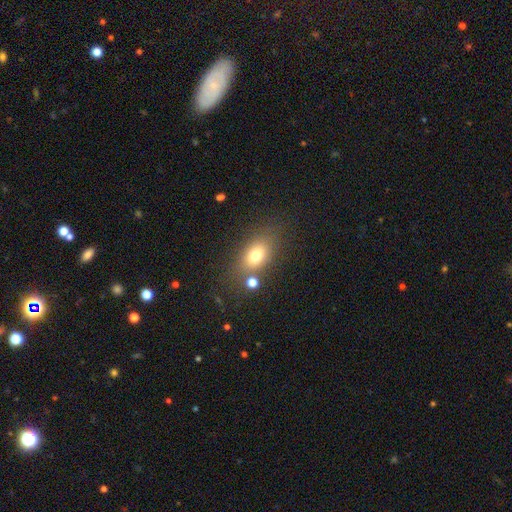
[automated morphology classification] Smooth or featured?
  - smooth: 74% *
  - featured or disk: 14%
  - star or artifact: 12%
How rounded?
  - in between: 78% *
  - round: 18%
  - cigar-shaped: 4%
Merging?
  - none: 70% *
  - minor disturbance: 13%
  - merger: 11%
  - major disturbance: 6%